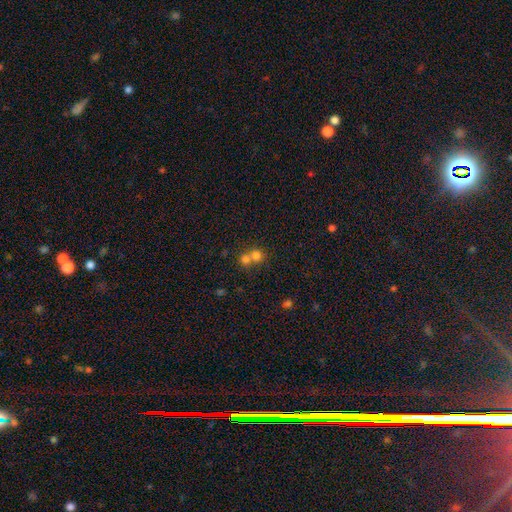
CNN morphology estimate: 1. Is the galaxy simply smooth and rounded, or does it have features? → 73% smooth, 15% star or artifact, 12% featured or disk.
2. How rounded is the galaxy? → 85% round, 14% in between, 1% cigar-shaped.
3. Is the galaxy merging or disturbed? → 58% merger, 35% none, 4% minor disturbance, 2% major disturbance.